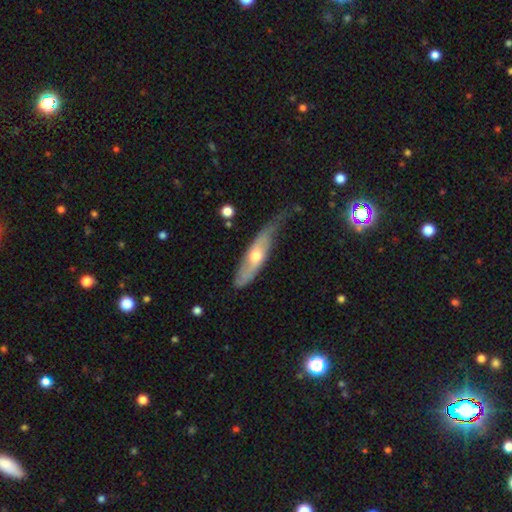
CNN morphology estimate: smooth_or_featured: featured or disk (p=0.50) [alt: smooth p=0.46]
merging: none (p=0.41) [alt: minor disturbance p=0.38]